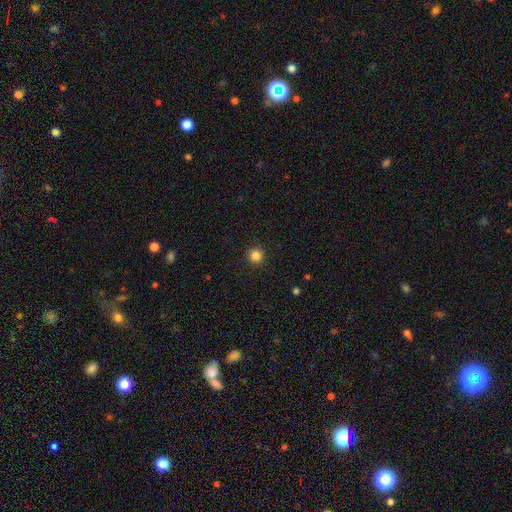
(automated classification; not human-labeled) smooth_or_featured: smooth (p=0.84) [alt: star or artifact p=0.12]
how_rounded: round (p=0.95) [alt: in between p=0.04]
merging: none (p=0.93) [alt: minor disturbance p=0.05]